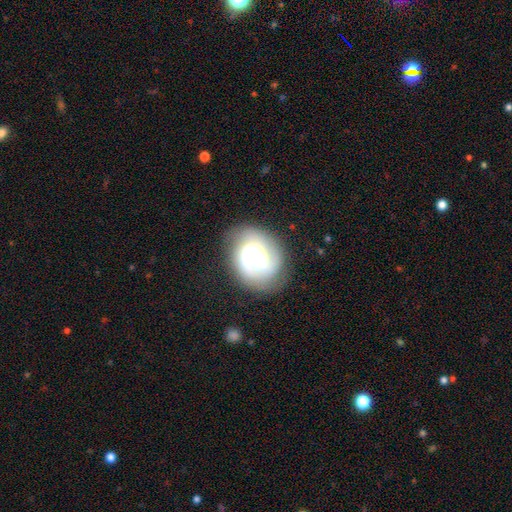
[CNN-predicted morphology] type=featured or disk (70%); edge-on=no (98%); bar=no (51%); spiral arms=yes (92%); winding=tight (41%, tied with medium); arm count=2 (51%); bulge=large (33%); merging=none (70%).